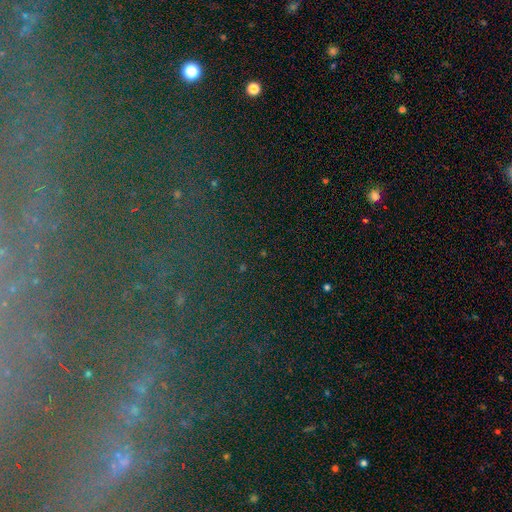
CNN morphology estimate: smooth-or-featured: star or artifact: 50% | featured or disk: 34% | smooth: 16%